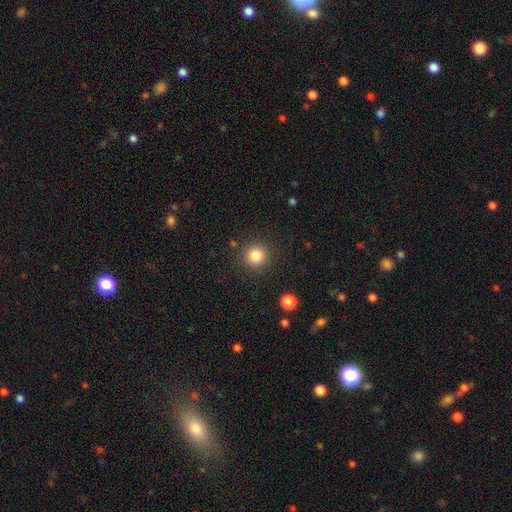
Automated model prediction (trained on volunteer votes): smooth 83%, star or artifact 11%, featured or disk 5%. Down the decision tree: how rounded — round (94%); merging — none (89%).